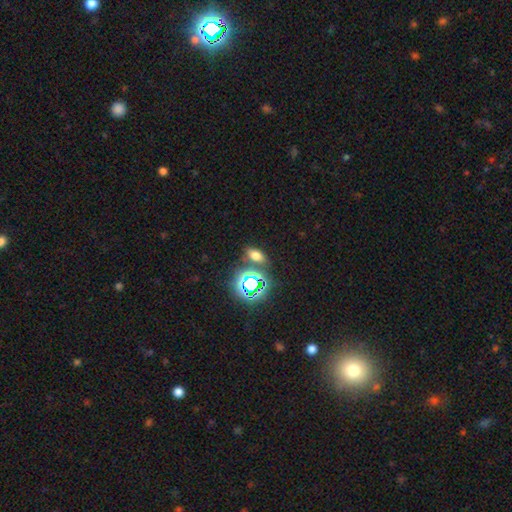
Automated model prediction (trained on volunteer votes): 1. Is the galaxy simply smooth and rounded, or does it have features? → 61% smooth, 30% star or artifact, 9% featured or disk.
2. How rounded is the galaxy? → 83% in between, 13% round, 4% cigar-shaped.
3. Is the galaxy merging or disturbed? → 76% none, 10% minor disturbance, 10% merger, 4% major disturbance.